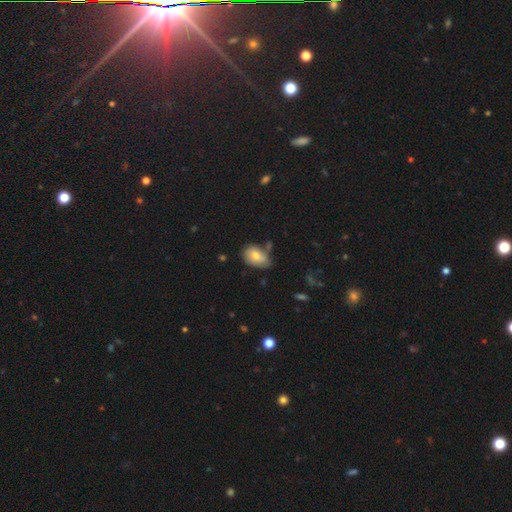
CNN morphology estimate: This appears to be a smooth galaxy with no disk features (74%) that is in between round and cigar-shaped (84%). Merging: none (57%).